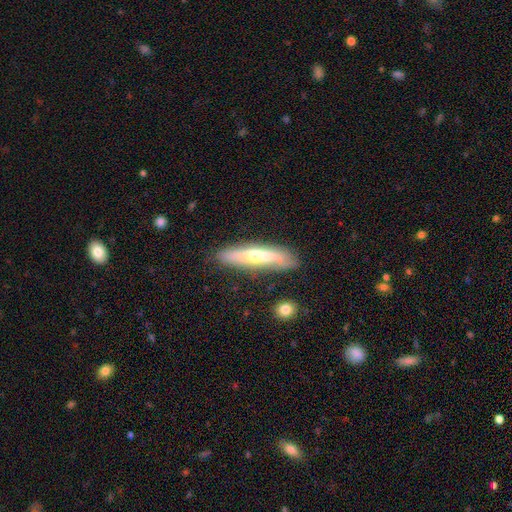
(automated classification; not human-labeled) Smooth or featured: smooth — 47% (featured or disk — 46%)
Merging: none — 74% (minor disturbance — 17%)